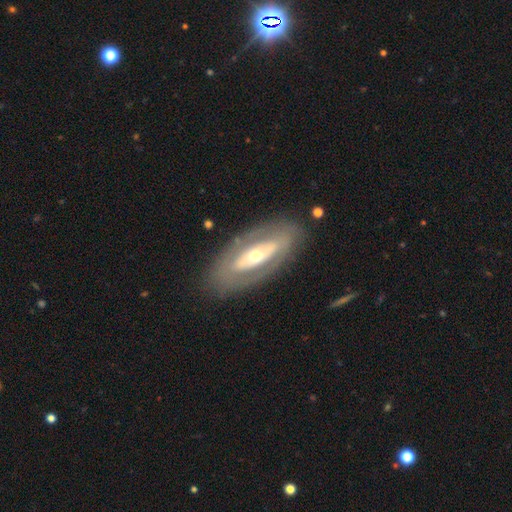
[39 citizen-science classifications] A featured or disk galaxy (79%) with no bar (62%), 2 (57%) tight (43%) spiral arms (54%) and a small central bulge (50%). Merging: none (85%).